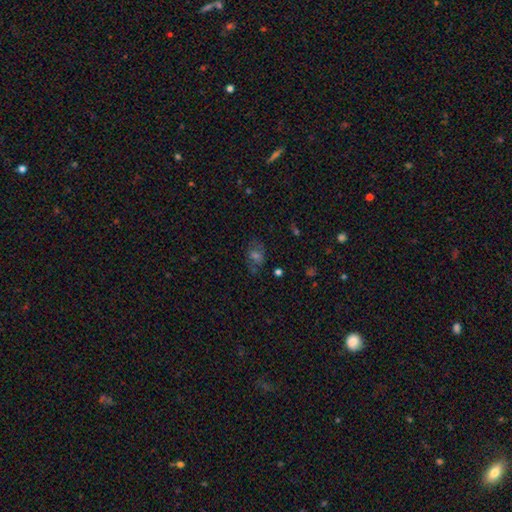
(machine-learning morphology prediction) type=smooth (39%); merging=none (70%).